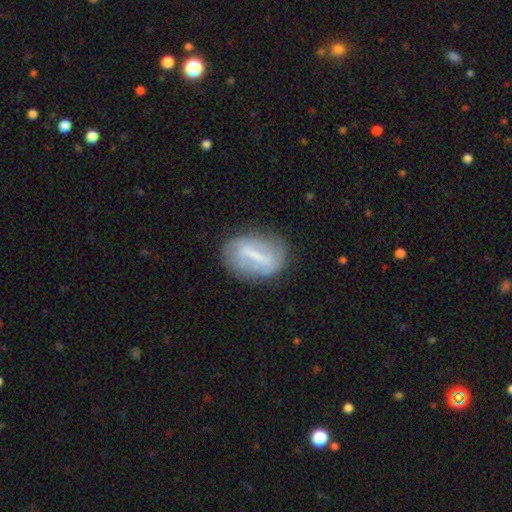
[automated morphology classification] Overall: featured or disk (59%; smooth 33%). Edge-on disk: no (91%). Bar: strong (64%; weak 28%). Spiral arms: no (58%; yes 42%). Bulge size: small (38%; none 34%). Merging: none (72%).